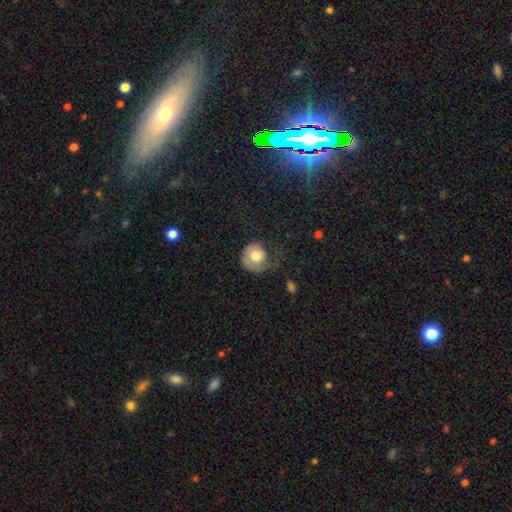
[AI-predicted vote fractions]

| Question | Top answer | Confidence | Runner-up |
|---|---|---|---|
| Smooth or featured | smooth | 67% | featured or disk (26%) |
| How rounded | round | 86% | in between (13%) |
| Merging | none | 39% | major disturbance (33%) |